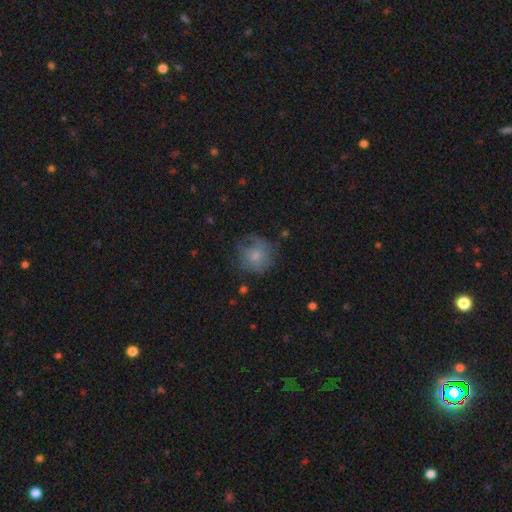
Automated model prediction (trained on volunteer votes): smooth_or_featured: smooth (p=0.63) [alt: featured or disk p=0.27]
how_rounded: round (p=0.85) [alt: in between p=0.14]
merging: none (p=0.58) [alt: minor disturbance p=0.24]